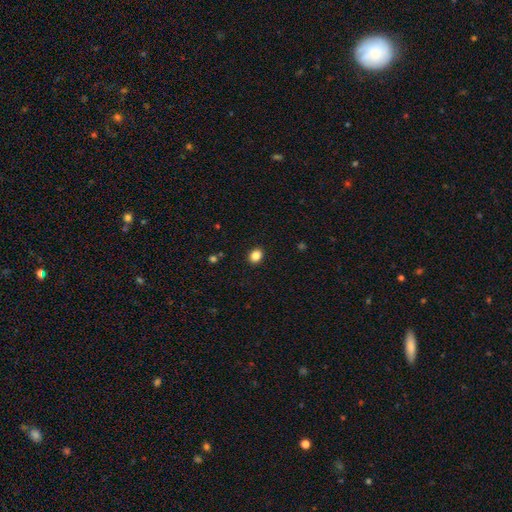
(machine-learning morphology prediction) type=smooth (85%); roundness=round (55%); merging=none (91%).